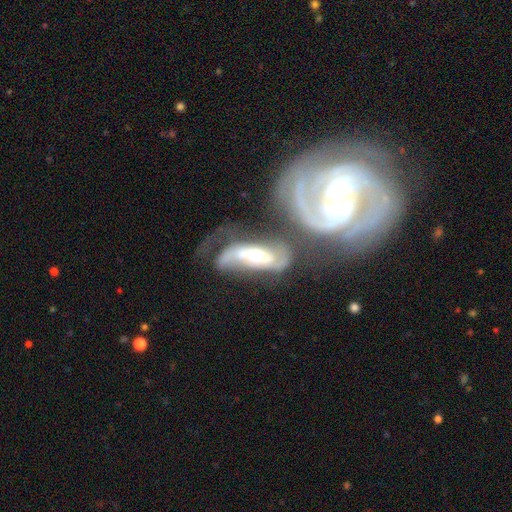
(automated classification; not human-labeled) A featured or disk galaxy (76%) with no bar (45%), 2 (67%) medium (39%) spiral arms (88%) and a moderate central bulge (64%).

Vote fractions:
- Smooth or featured? featured or disk: 76% / smooth: 18% / star or artifact: 6%
- Edge-on disk? no: 87% / yes: 13%
- Bar? no: 45% / weak: 33% / strong: 22%
- Spiral arms? yes: 88% / no: 12%
- Spiral winding? medium: 39% / tight: 34% / loose: 27%
- Spiral arm count? 2: 67% / can't tell: 19% / 1: 6% / 3: 5% / 4: 2% / more than 4: 2%
- Bulge size? moderate: 64% / large: 16% / small: 16% / none: 2% / dominant: 2%
- Merging? merger: 41% / none: 23% / major disturbance: 22% / minor disturbance: 15%